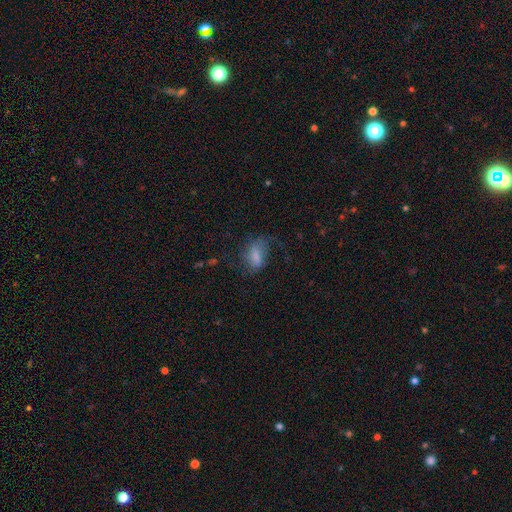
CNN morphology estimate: Q: Smooth or featured?
A: smooth (60%); runner-up: featured or disk (30%)
Q: How rounded?
A: in between (84%); runner-up: round (11%)
Q: Merging?
A: none (44%); runner-up: major disturbance (31%)